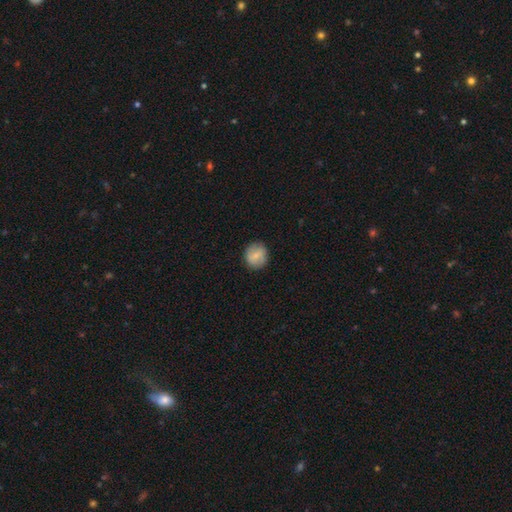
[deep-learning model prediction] Overall: smooth (71%). How rounded: round (86%). Merging: none (87%).